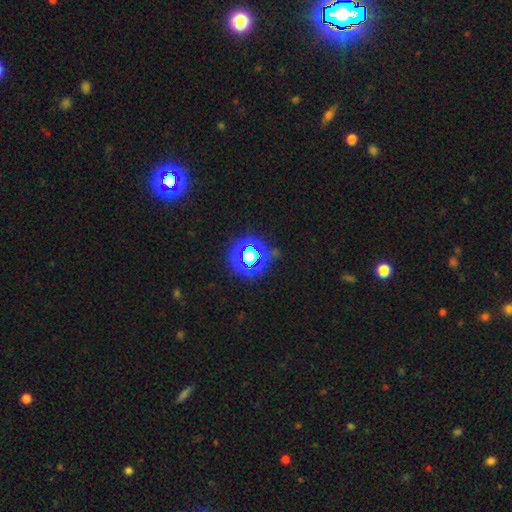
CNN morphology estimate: Smooth or featured? star or artifact (77%)